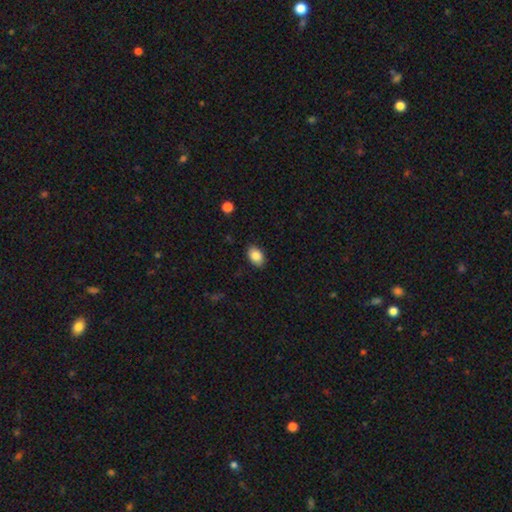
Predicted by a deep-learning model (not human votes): smooth-or-featured: smooth: 86% | star or artifact: 8% | featured or disk: 7%
  how-rounded: in between: 84% | round: 14% | cigar-shaped: 1%
  merging: none: 87% | minor disturbance: 10% | major disturbance: 2% | merger: 1%